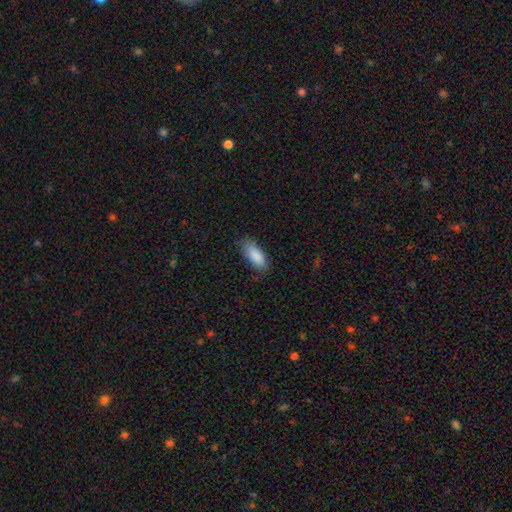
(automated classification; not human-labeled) Smooth or featured: smooth — 88% (featured or disk — 6%)
How rounded: in between — 85% (cigar-shaped — 13%)
Merging: none — 73% (minor disturbance — 21%)